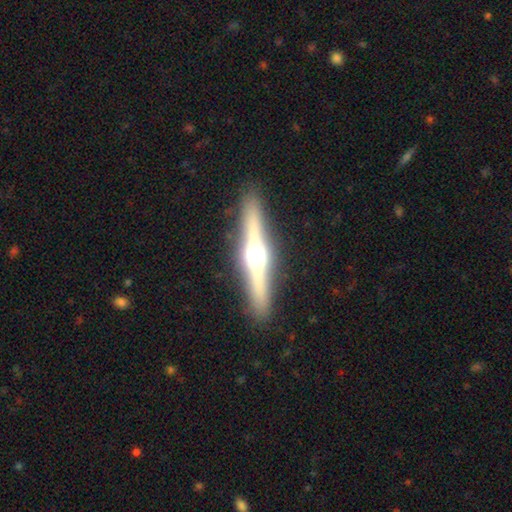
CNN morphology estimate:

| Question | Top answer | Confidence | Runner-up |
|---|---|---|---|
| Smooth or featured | featured or disk | 72% | smooth (21%) |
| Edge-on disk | yes | 96% | no (4%) |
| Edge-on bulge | rounded | 94% | boxy (4%) |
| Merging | none | 89% | minor disturbance (8%) |